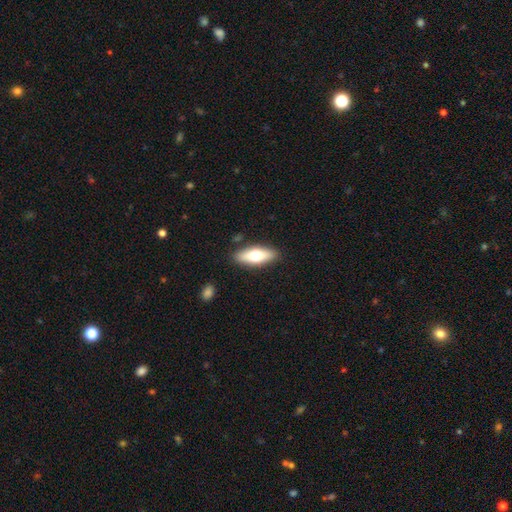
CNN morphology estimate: A smooth galaxy with no disk features (62%) that is in between round and cigar-shaped (68%).

Vote fractions:
- Smooth or featured? smooth: 62% / featured or disk: 32% / star or artifact: 6%
- How rounded? in between: 68% / cigar-shaped: 29% / round: 3%
- Merging? none: 87% / minor disturbance: 9% / major disturbance: 2% / merger: 2%